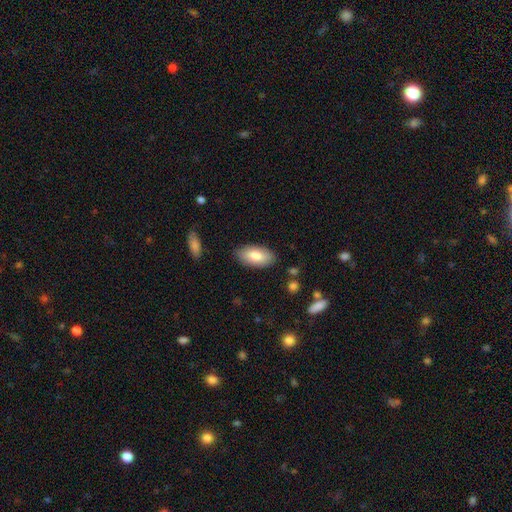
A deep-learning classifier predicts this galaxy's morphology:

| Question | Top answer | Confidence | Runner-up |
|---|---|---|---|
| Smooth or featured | smooth | 80% | featured or disk (14%) |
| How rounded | in between | 93% | cigar-shaped (4%) |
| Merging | none | 85% | minor disturbance (11%) |